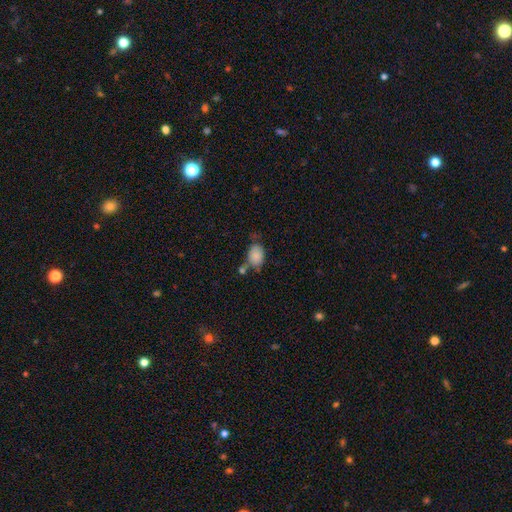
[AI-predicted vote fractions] Morphology: type=smooth (85%); roundness=in between (78%); merging=none (52%).